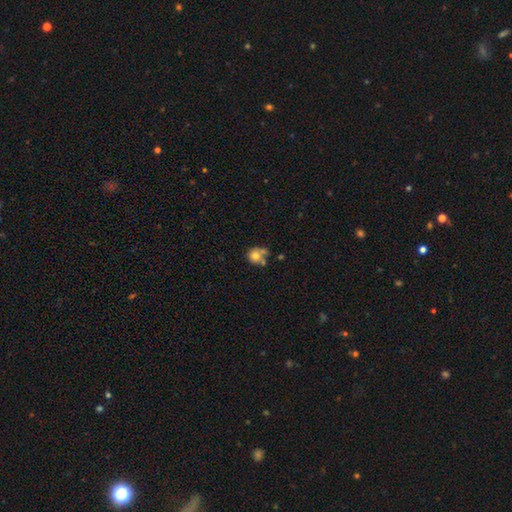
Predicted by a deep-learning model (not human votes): Smooth or featured?
  - smooth: 74% *
  - featured or disk: 16%
  - star or artifact: 10%
How rounded?
  - round: 75% *
  - in between: 24%
  - cigar-shaped: 1%
Merging?
  - none: 40% *
  - merger: 28%
  - minor disturbance: 21%
  - major disturbance: 11%